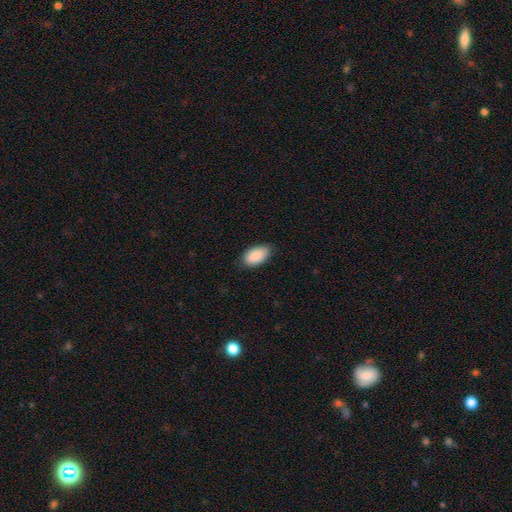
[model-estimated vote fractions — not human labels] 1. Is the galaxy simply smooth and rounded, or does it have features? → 90% smooth, 6% star or artifact, 4% featured or disk.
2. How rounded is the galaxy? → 95% in between, 3% round, 2% cigar-shaped.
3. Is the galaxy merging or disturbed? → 79% none, 18% minor disturbance, 3% major disturbance, 1% merger.